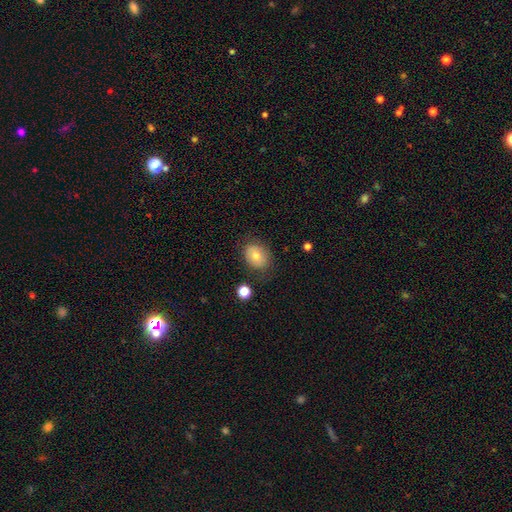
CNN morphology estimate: smooth 74%, featured or disk 16%, star or artifact 9%. Down the decision tree: how rounded — in between (61%); merging — none (76%).